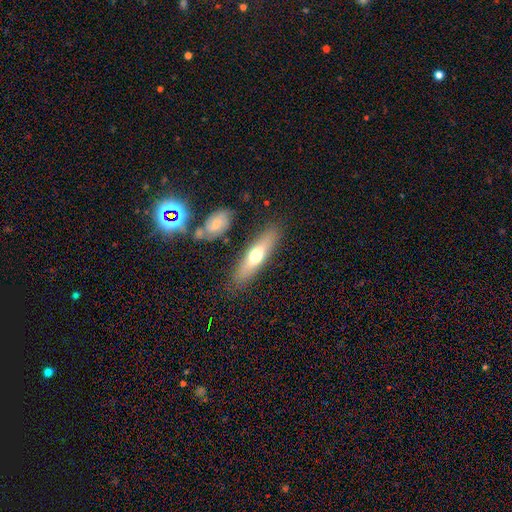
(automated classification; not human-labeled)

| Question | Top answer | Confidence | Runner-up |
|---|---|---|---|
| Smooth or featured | smooth | 55% | featured or disk (39%) |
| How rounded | cigar-shaped | 67% | in between (31%) |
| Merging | none | 83% | minor disturbance (10%) |